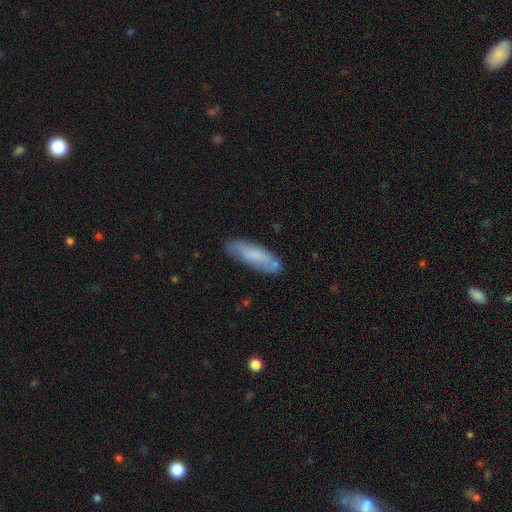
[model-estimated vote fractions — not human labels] Smooth or featured: smooth — 68% (featured or disk — 25%)
How rounded: cigar-shaped — 55% (in between — 43%)
Merging: none — 73% (minor disturbance — 20%)